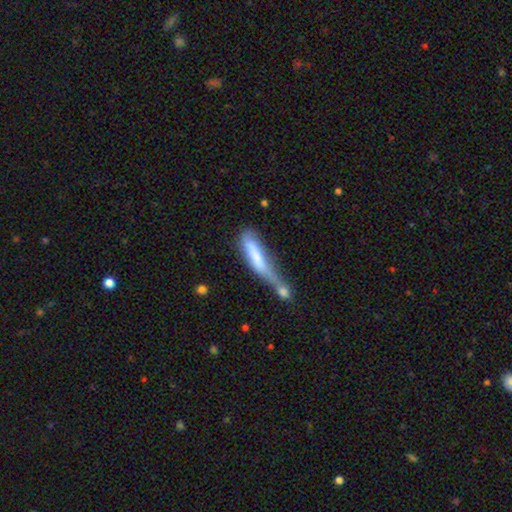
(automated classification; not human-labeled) This is likely a smooth galaxy (64%). How rounded: clearly cigar-shaped (80%). Merging: possibly merger (49%).